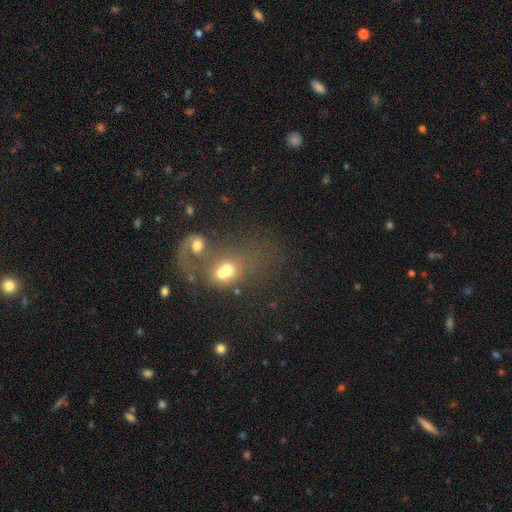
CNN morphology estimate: Q: Smooth or featured?
A: smooth (47%); runner-up: featured or disk (32%)
Q: Merging?
A: merger (56%); runner-up: major disturbance (18%)